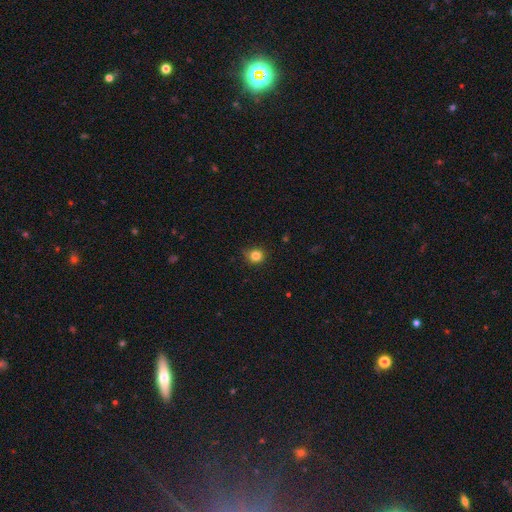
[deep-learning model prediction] Smooth or featured: smooth — 83% (star or artifact — 12%)
How rounded: round — 88% (in between — 11%)
Merging: none — 81% (minor disturbance — 15%)